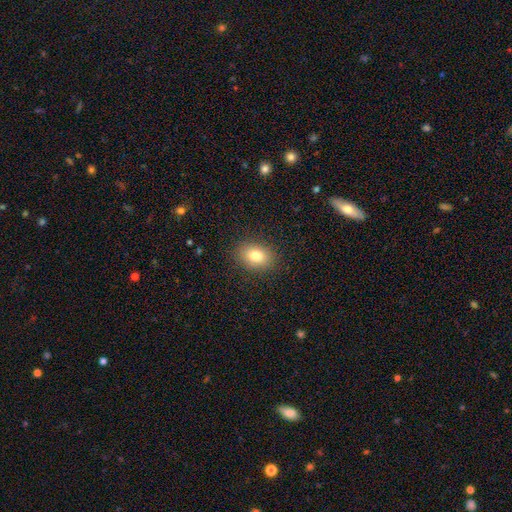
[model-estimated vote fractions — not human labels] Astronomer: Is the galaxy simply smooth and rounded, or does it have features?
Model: smooth — 81%.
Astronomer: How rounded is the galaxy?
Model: in between — 73%.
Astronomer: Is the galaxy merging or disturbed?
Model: none — 88%.